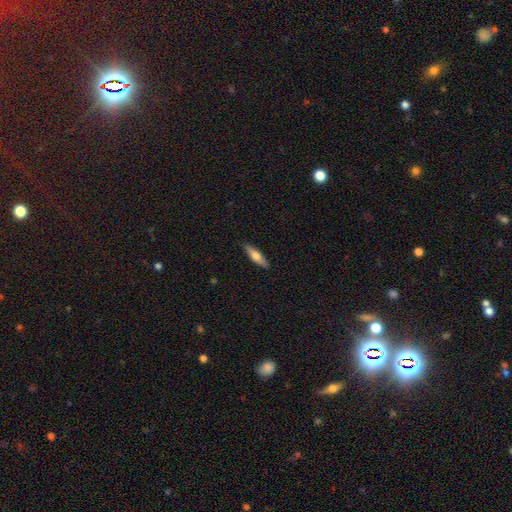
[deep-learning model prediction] smooth_or_featured: smooth (p=0.61) [alt: featured or disk p=0.33]
how_rounded: cigar-shaped (p=0.66) [alt: in between p=0.32]
merging: none (p=0.89) [alt: minor disturbance p=0.08]